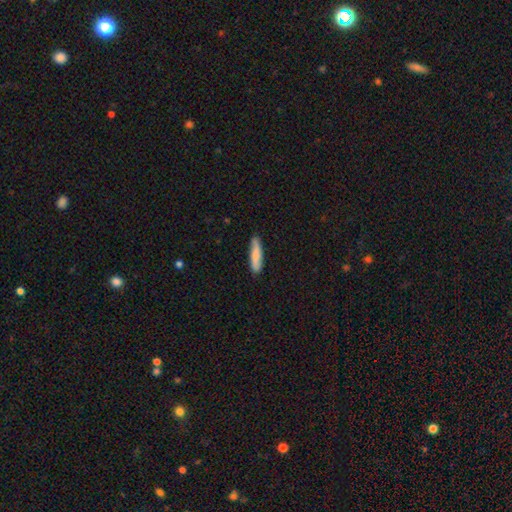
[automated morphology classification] Smooth or featured?
  - smooth: 75% *
  - featured or disk: 20%
  - star or artifact: 5%
How rounded?
  - cigar-shaped: 78% *
  - in between: 21%
  - round: 2%
Merging?
  - none: 81% *
  - minor disturbance: 15%
  - major disturbance: 2%
  - merger: 1%